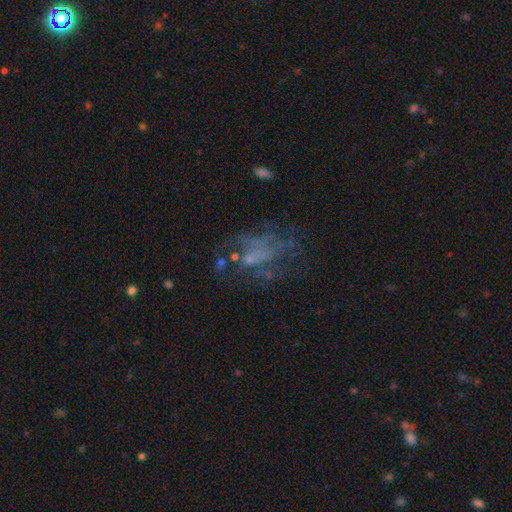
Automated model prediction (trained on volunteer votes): A featured or disk galaxy (58%) with no bar (82%), no spiral arms (66%) and no central bulge (63%). Merging: none (40%).